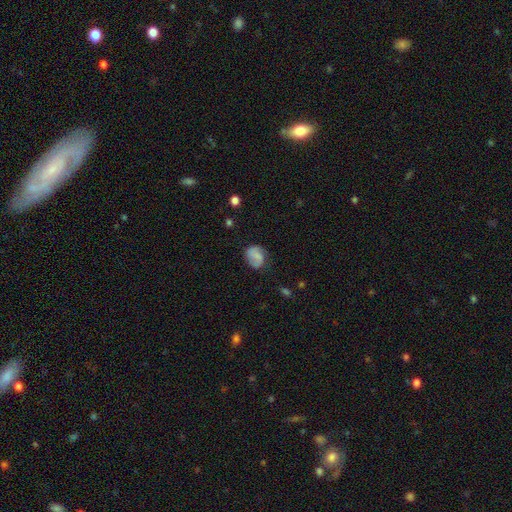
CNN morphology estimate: type=smooth (51%); roundness=round (56%); merging=none (67%).